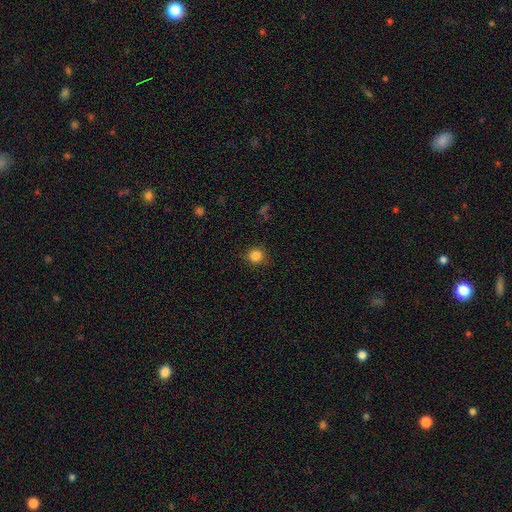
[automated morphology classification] The model was most divided on "smooth or featured": smooth: 85%, star or artifact: 12%, featured or disk: 4%. More confident: how rounded — round (94%); merging — none (88%).